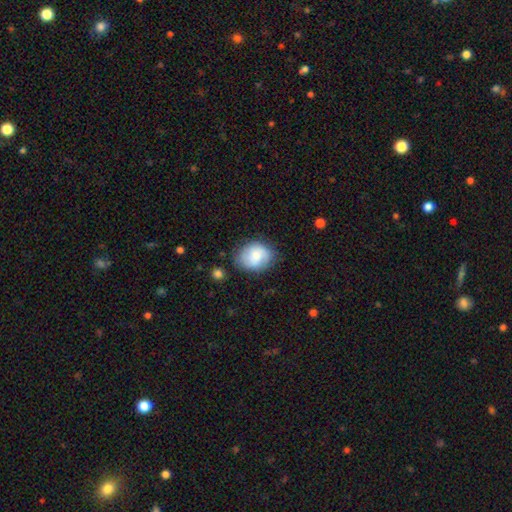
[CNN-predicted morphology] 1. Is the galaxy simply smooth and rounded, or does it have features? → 70% smooth, 23% featured or disk, 7% star or artifact.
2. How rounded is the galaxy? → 52% round, 47% in between, 1% cigar-shaped.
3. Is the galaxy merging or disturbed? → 70% none, 21% minor disturbance, 6% major disturbance, 3% merger.